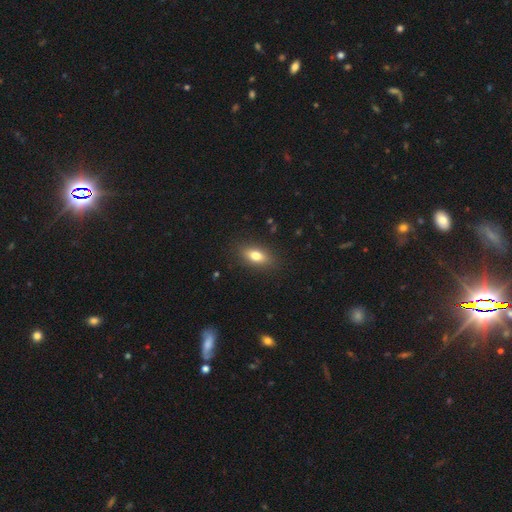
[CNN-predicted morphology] A smooth galaxy with no disk features (76%) that is in between round and cigar-shaped (82%).

Vote fractions:
- Smooth or featured? smooth: 76% / featured or disk: 15% / star or artifact: 8%
- How rounded? in between: 82% / cigar-shaped: 11% / round: 8%
- Merging? none: 87% / minor disturbance: 9% / major disturbance: 3% / merger: 1%